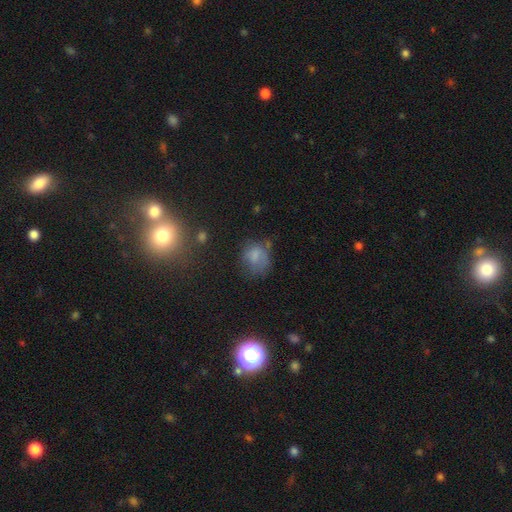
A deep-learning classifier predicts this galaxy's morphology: This is likely a smooth galaxy (66%). How rounded: possibly round (56%). Merging: marginally none (43%).